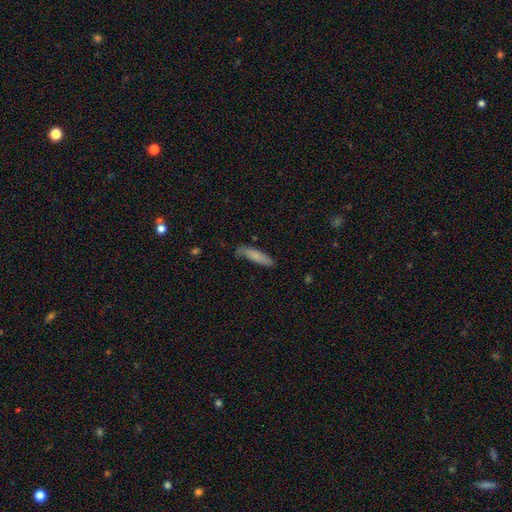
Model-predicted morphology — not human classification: This appears to be a smooth galaxy with no disk features (76%) that is cigar-shaped (74%). Merging: none (67%).